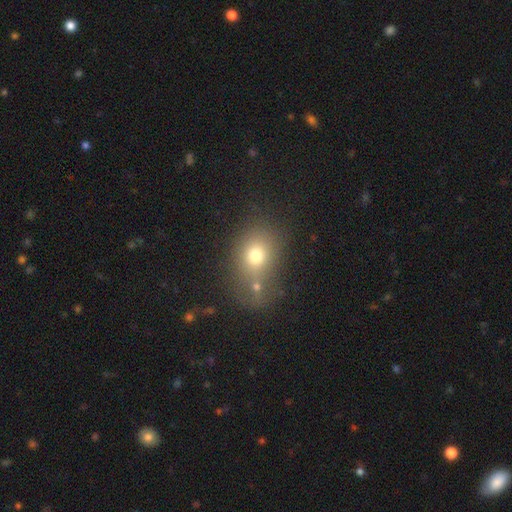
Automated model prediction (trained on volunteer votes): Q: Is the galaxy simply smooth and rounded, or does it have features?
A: smooth — 71%.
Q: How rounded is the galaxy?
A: in between — 52%.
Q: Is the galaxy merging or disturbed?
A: none — 47%.